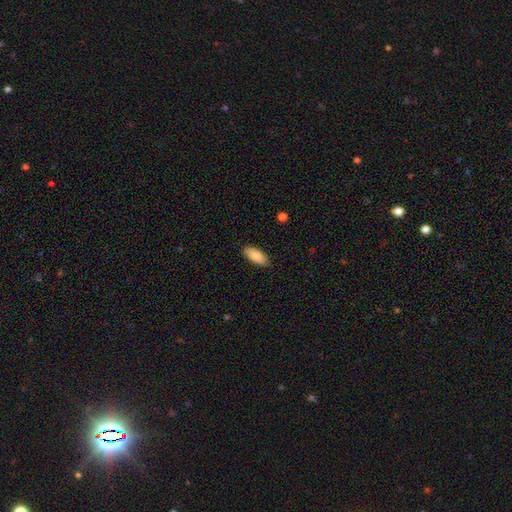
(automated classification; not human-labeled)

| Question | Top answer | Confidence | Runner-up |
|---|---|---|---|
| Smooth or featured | smooth | 87% | featured or disk (7%) |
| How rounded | in between | 85% | cigar-shaped (13%) |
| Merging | none | 88% | minor disturbance (9%) |